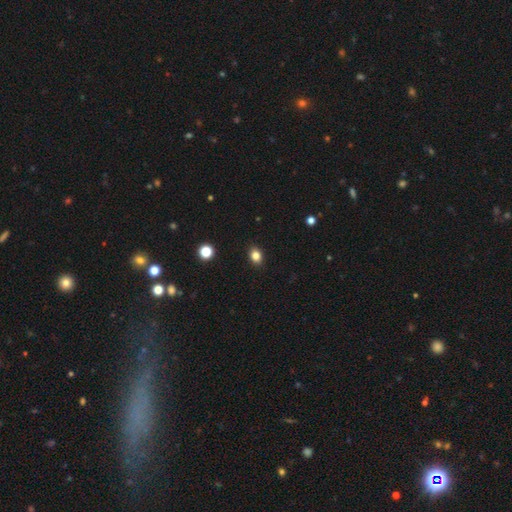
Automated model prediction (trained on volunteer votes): smooth-or-featured: smooth: 84% | star or artifact: 11% | featured or disk: 5%
  how-rounded: in between: 65% | round: 34% | cigar-shaped: 1%
  merging: none: 89% | minor disturbance: 8% | major disturbance: 2% | merger: 1%